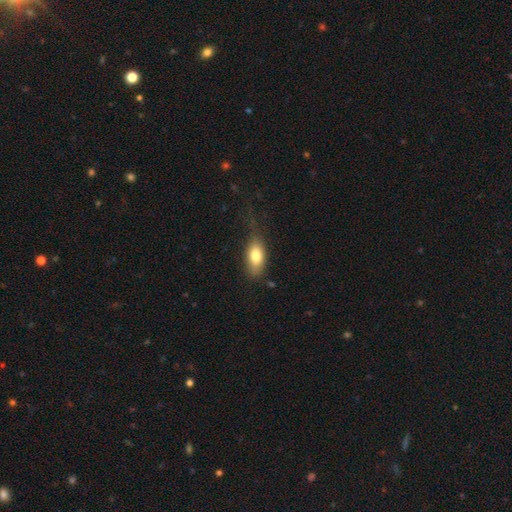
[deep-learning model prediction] Smooth or featured?
  - smooth: 79% *
  - featured or disk: 14%
  - star or artifact: 7%
How rounded?
  - in between: 88% *
  - cigar-shaped: 7%
  - round: 5%
Merging?
  - none: 58% *
  - minor disturbance: 27%
  - major disturbance: 14%
  - merger: 2%